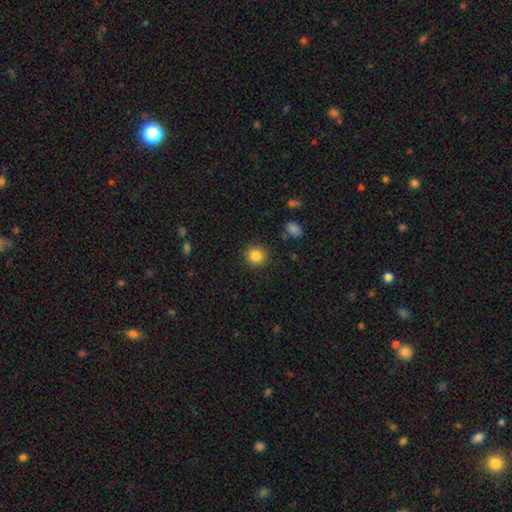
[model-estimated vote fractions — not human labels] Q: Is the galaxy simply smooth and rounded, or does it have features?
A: smooth — 85%.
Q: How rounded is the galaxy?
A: round — 87%.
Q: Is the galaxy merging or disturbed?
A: none — 89%.